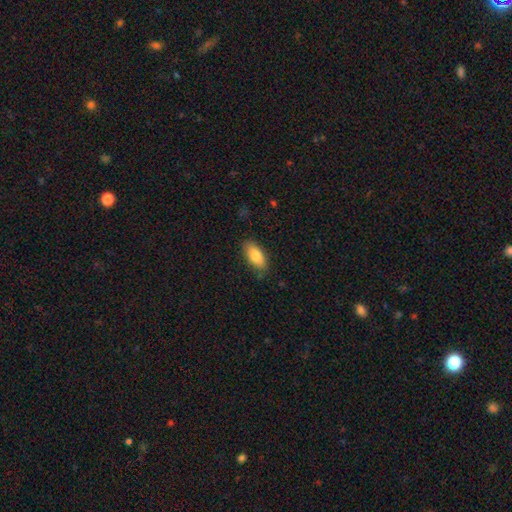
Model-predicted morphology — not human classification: type=smooth (84%); roundness=in between (87%); merging=none (82%).